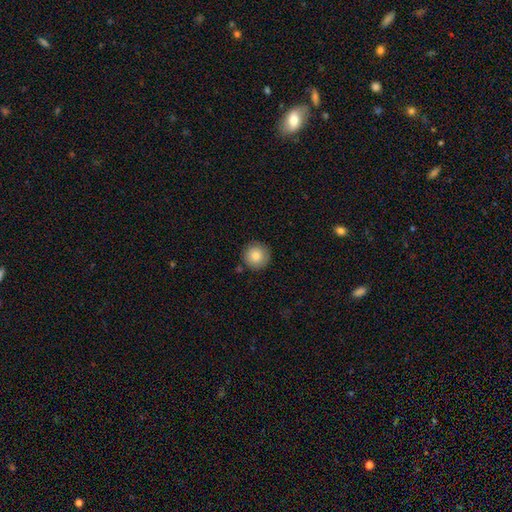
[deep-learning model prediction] Smooth or featured: smooth — 84% (star or artifact — 8%)
How rounded: round — 96% (in between — 3%)
Merging: none — 87% (minor disturbance — 8%)